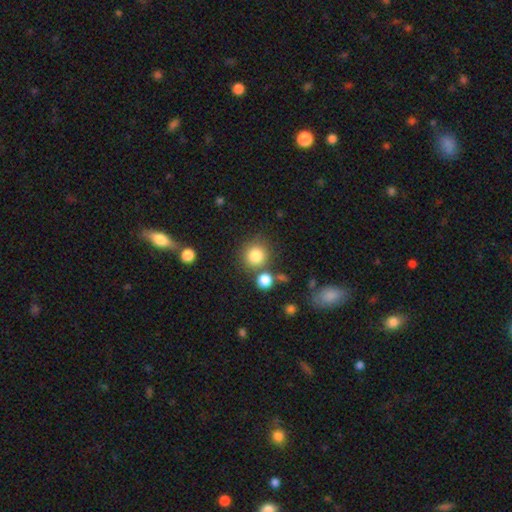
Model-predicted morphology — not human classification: smooth-or-featured: smooth: 83% | star or artifact: 11% | featured or disk: 6%
  how-rounded: round: 91% | in between: 8% | cigar-shaped: 1%
  merging: none: 75% | merger: 12% | minor disturbance: 9% | major disturbance: 4%